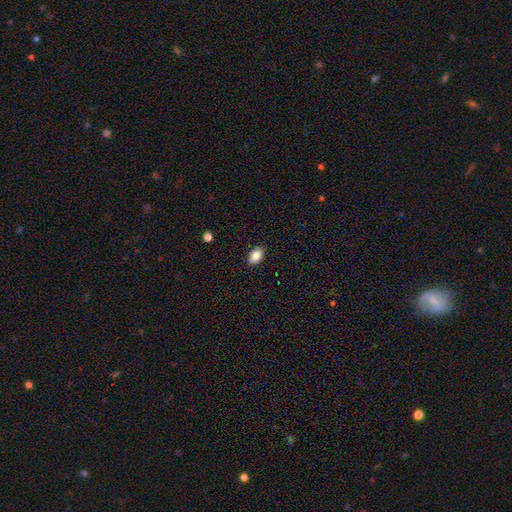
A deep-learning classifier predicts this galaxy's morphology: type=smooth (88%); roundness=in between (87%); merging=none (89%).